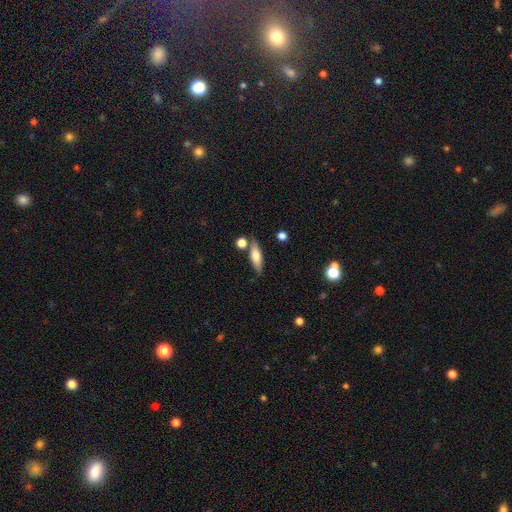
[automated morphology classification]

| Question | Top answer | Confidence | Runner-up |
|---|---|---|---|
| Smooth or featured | smooth | 60% | featured or disk (33%) |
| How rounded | cigar-shaped | 54% | in between (43%) |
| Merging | none | 76% | minor disturbance (12%) |